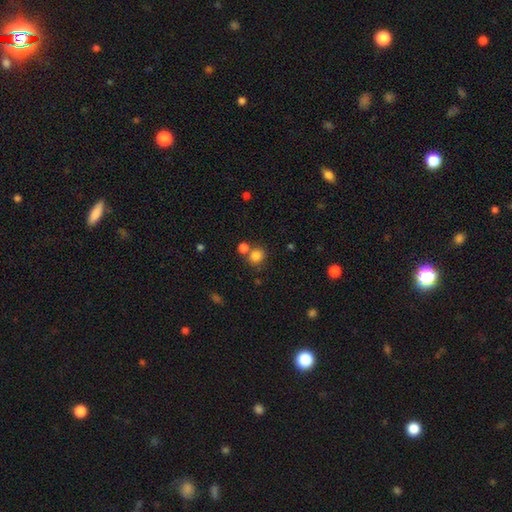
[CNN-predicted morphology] This is clearly a smooth galaxy (82%). How rounded: clearly round (84%). Merging: likely none (66%).